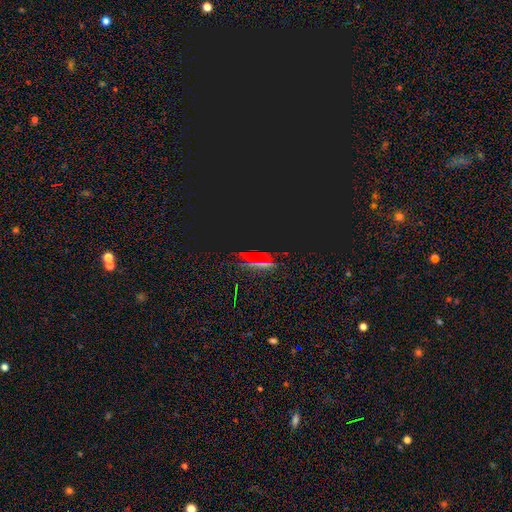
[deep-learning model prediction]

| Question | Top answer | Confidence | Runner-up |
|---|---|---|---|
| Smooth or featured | star or artifact | 70% | smooth (19%) |